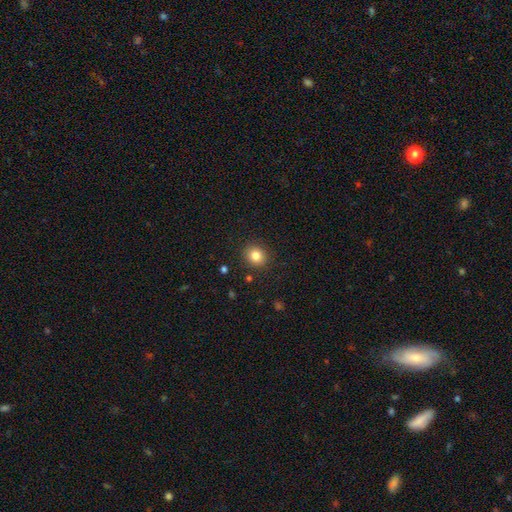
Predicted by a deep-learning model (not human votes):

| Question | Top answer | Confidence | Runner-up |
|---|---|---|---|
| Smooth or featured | smooth | 83% | star or artifact (11%) |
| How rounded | round | 80% | in between (19%) |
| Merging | none | 89% | minor disturbance (7%) |